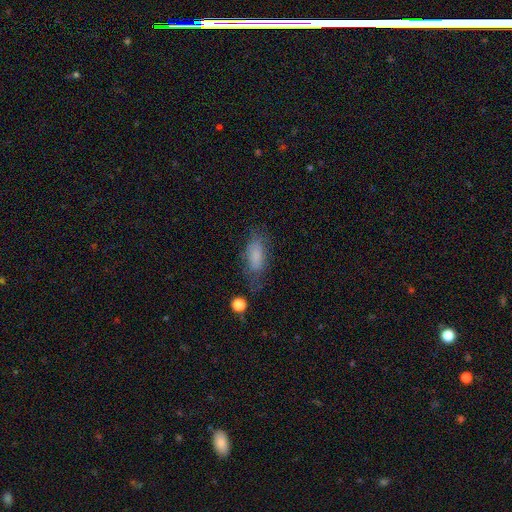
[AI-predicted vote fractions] Smooth or featured? smooth (71%)
How rounded? in between (80%)
Merging? none (58%)